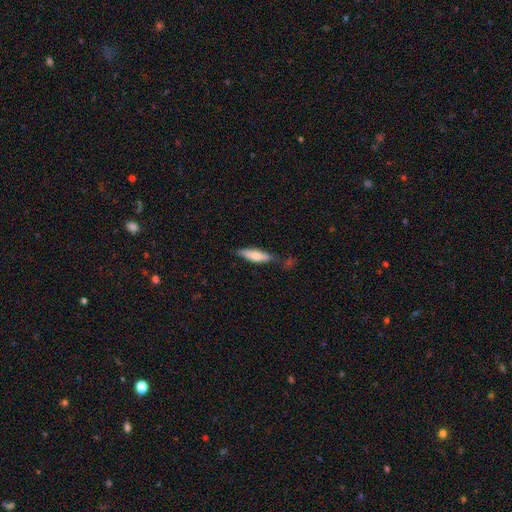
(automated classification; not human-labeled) Morphology: type=smooth (70%); roundness=cigar-shaped (62%); merging=none (67%).